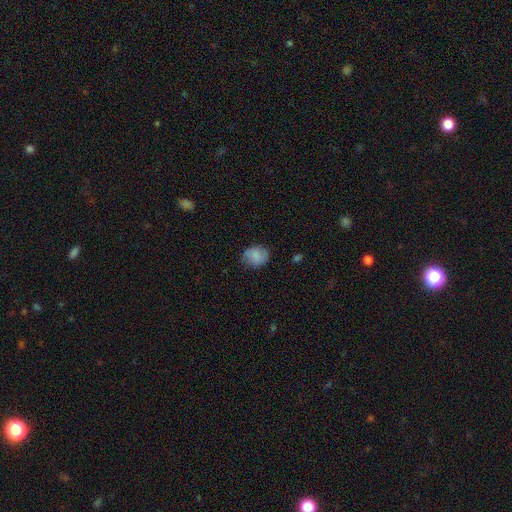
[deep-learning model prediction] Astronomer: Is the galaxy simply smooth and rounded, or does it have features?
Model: smooth — 81%.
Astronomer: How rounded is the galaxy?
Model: round — 53% (runner-up: in between, 46%).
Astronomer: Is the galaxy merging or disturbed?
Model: none — 73%.